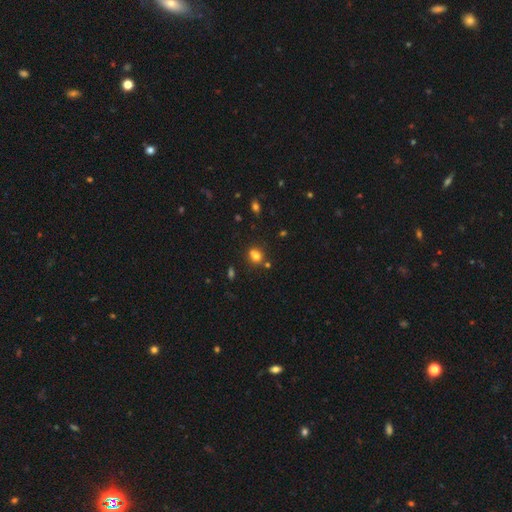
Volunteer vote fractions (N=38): Q: Smooth or featured?
A: smooth (84%); runner-up: star or artifact (11%)
Q: How rounded?
A: round (66%); runner-up: in between (31%)
Q: Merging?
A: none (47%); runner-up: merger (24%)